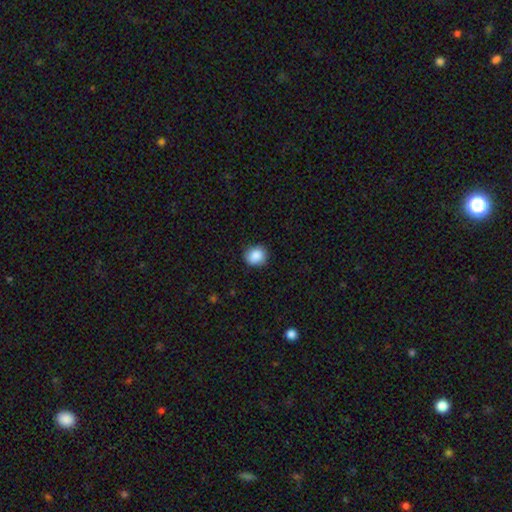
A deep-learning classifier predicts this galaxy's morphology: This appears to be a smooth galaxy with no disk features (88%) that is round (76%). Merging: none (86%).